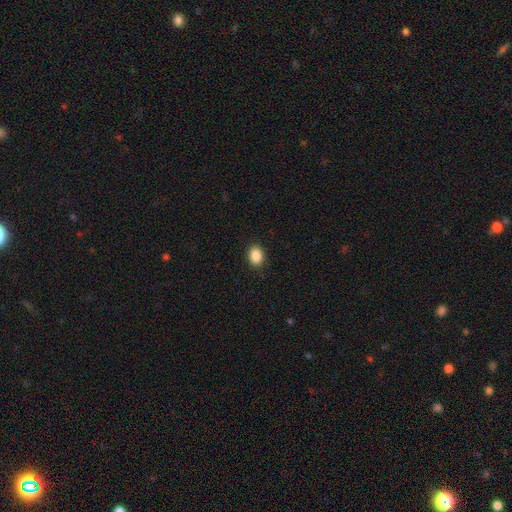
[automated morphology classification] Smooth or featured? smooth (89%)
How rounded? in between (66%)
Merging? none (90%)